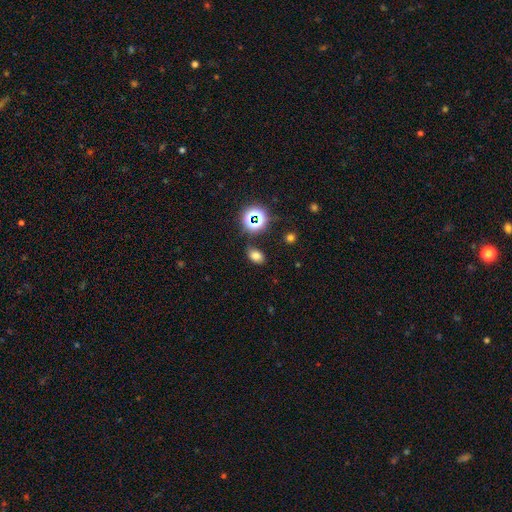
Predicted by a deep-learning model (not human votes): smooth 68%, star or artifact 23%, featured or disk 9%. Down the decision tree: how rounded — in between (81%); merging — none (80%).